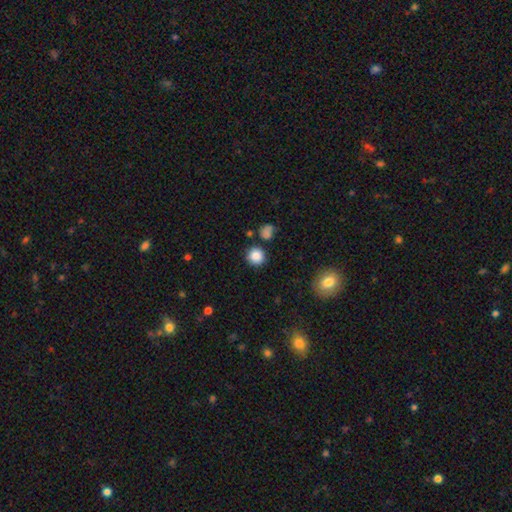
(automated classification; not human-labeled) This is clearly a smooth galaxy (85%). How rounded: clearly round (92%). Merging: clearly none (84%).